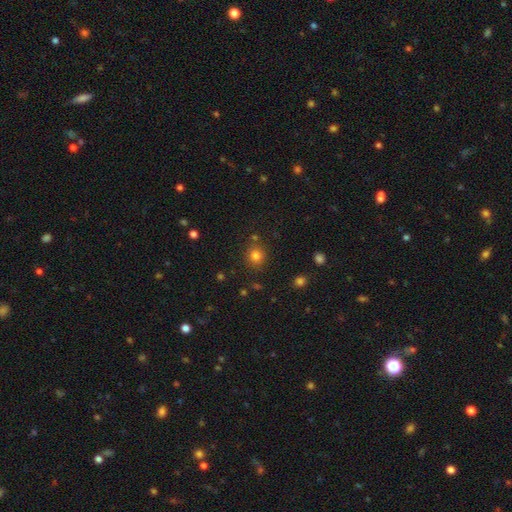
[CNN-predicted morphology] Smooth or featured?
  - smooth: 79% *
  - star or artifact: 15%
  - featured or disk: 6%
How rounded?
  - round: 86% *
  - in between: 14%
  - cigar-shaped: 1%
Merging?
  - none: 82% *
  - minor disturbance: 9%
  - merger: 6%
  - major disturbance: 3%